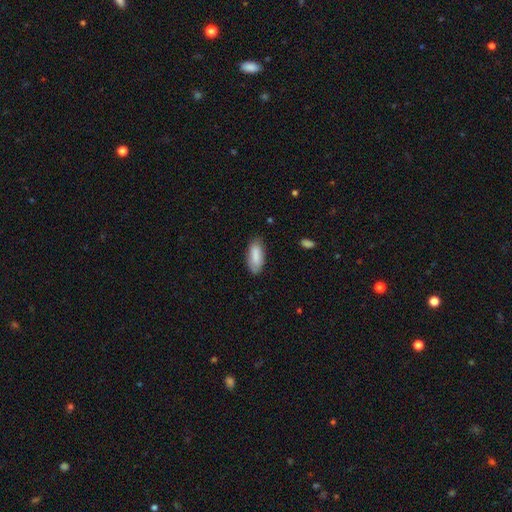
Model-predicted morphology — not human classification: Smooth or featured?
  - smooth: 85% *
  - featured or disk: 9%
  - star or artifact: 6%
How rounded?
  - in between: 83% *
  - cigar-shaped: 16%
  - round: 2%
Merging?
  - none: 79% *
  - minor disturbance: 17%
  - major disturbance: 3%
  - merger: 1%